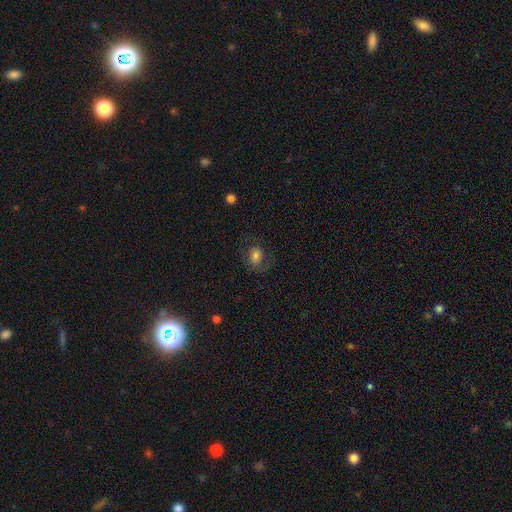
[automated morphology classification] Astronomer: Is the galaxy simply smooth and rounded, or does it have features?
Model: smooth — 67%.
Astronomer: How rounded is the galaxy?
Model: round — 50% (runner-up: in between, 49%).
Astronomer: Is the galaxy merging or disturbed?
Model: none — 70%.